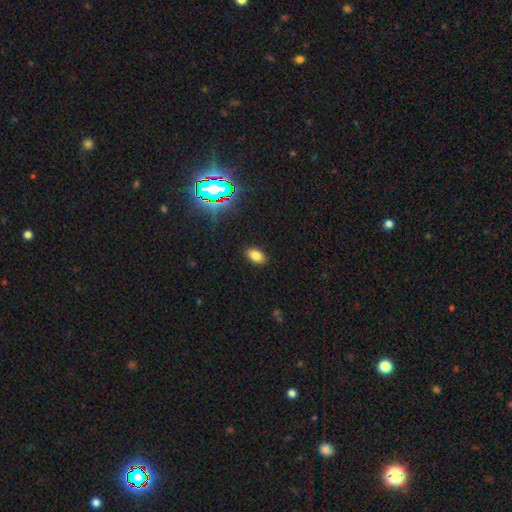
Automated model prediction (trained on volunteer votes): Q: Smooth or featured?
A: smooth (79%); runner-up: star or artifact (14%)
Q: How rounded?
A: in between (88%); runner-up: round (10%)
Q: Merging?
A: none (89%); runner-up: minor disturbance (8%)